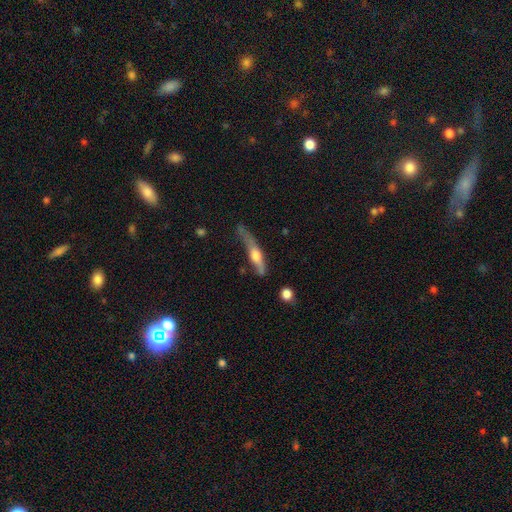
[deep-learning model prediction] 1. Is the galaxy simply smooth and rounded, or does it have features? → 51% featured or disk, 43% smooth, 6% star or artifact.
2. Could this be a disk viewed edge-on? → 85% yes, 15% no.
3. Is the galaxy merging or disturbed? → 42% none, 32% minor disturbance, 20% major disturbance, 6% merger.